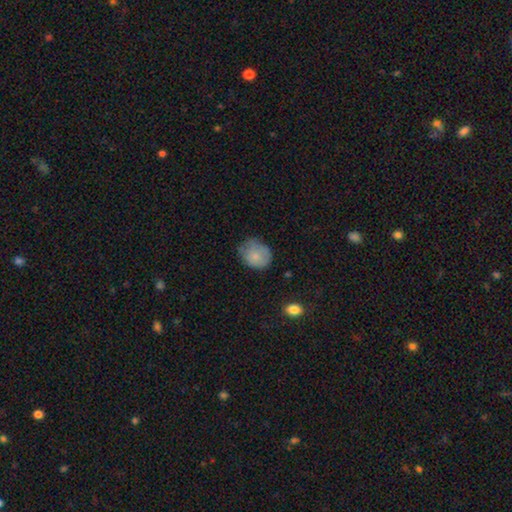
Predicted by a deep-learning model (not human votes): smooth_or_featured: smooth (p=0.79) [alt: featured or disk p=0.13]
how_rounded: round (p=0.61) [alt: in between p=0.38]
merging: none (p=0.54) [alt: minor disturbance p=0.34]